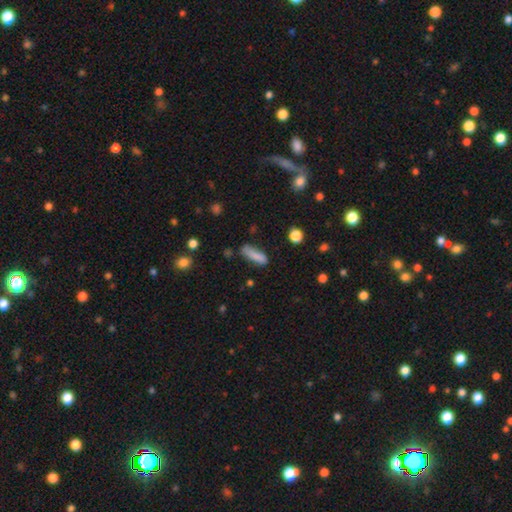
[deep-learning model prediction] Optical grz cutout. It shows a smooth galaxy with no disk features (82%) that is cigar-shaped (63%). Merging: none (68%).